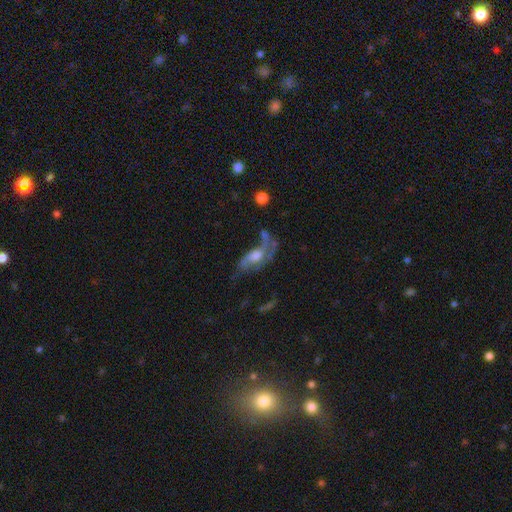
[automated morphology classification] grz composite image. It shows a featured or disk galaxy (68%) with no bar (63%), spiral arms (73%) and a moderate central bulge (53%). Merging: major disturbance (39%).